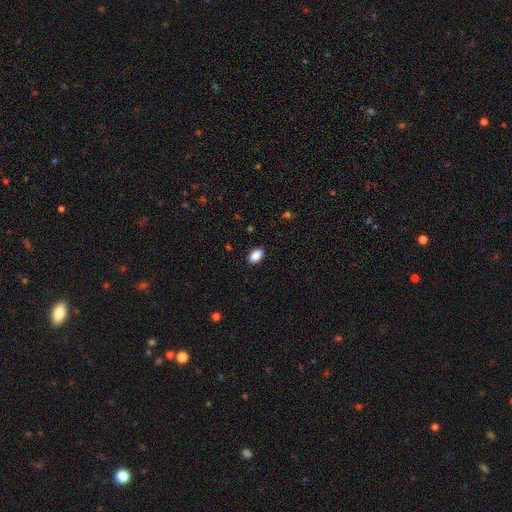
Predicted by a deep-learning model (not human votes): Smooth or featured? smooth (89%)
How rounded? in between (90%)
Merging? none (89%)